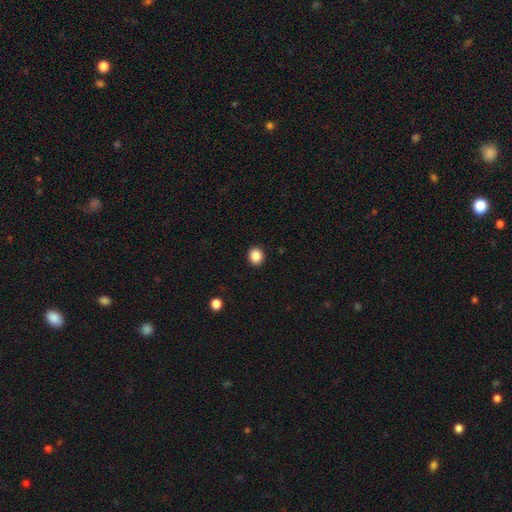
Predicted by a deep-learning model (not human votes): Smooth or featured? smooth (87%)
How rounded? round (75%)
Merging? none (92%)